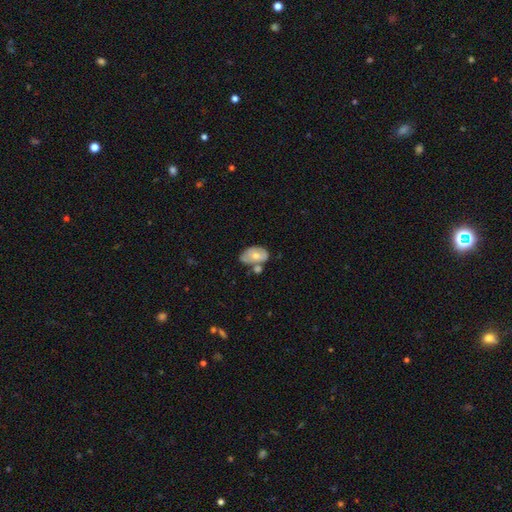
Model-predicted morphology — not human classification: smooth_or_featured: smooth (p=0.57) [alt: featured or disk p=0.37]
how_rounded: in between (p=0.89) [alt: round p=0.10]
merging: none (p=0.42) [alt: merger p=0.29]